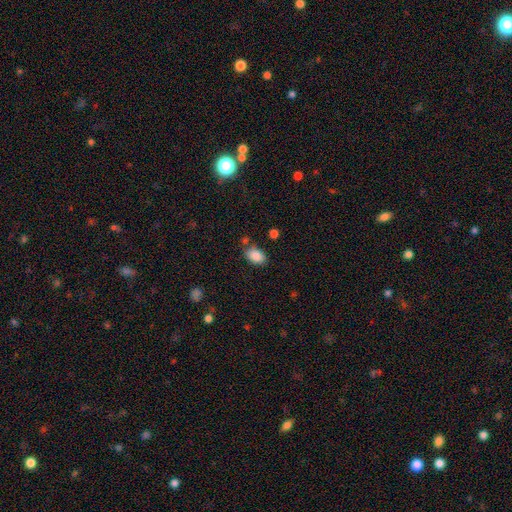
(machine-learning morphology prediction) Smooth or featured? smooth (87%)
How rounded? in between (88%)
Merging? none (74%)